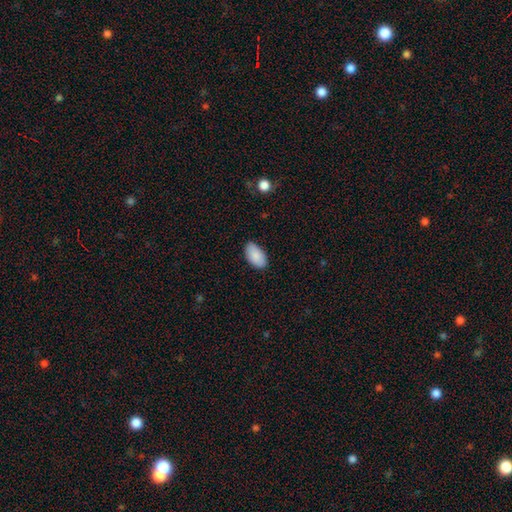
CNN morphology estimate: smooth_or_featured: smooth (p=0.88) [alt: star or artifact p=0.06]
how_rounded: in between (p=0.95) [alt: round p=0.03]
merging: none (p=0.83) [alt: minor disturbance p=0.13]